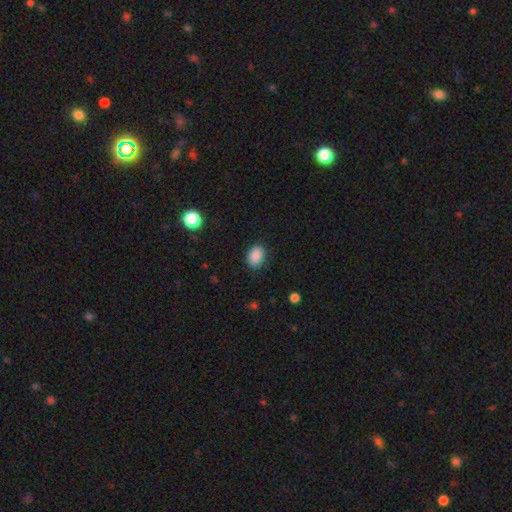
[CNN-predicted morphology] Q: Smooth or featured?
A: smooth (88%); runner-up: star or artifact (9%)
Q: How rounded?
A: in between (75%); runner-up: round (24%)
Q: Merging?
A: none (83%); runner-up: minor disturbance (12%)